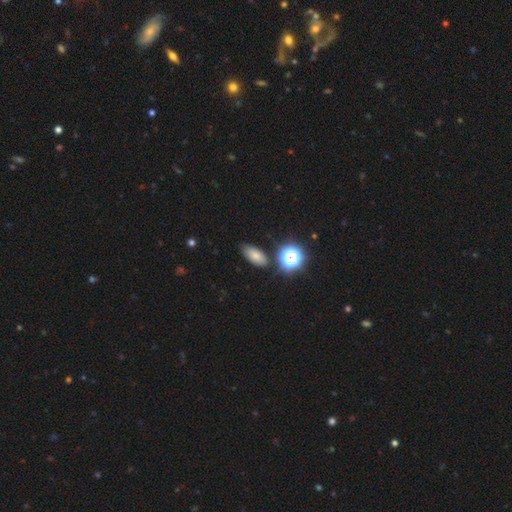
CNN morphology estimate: Q: Smooth or featured?
A: smooth (75%); runner-up: star or artifact (16%)
Q: How rounded?
A: in between (85%); runner-up: round (9%)
Q: Merging?
A: none (80%); runner-up: minor disturbance (12%)